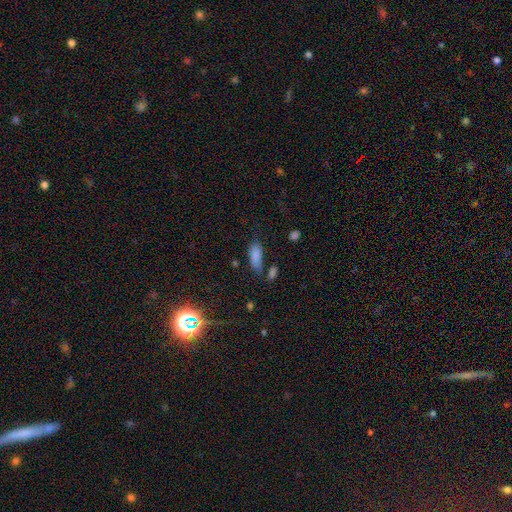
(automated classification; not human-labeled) The model was most divided on "merging": none: 59%, minor disturbance: 23%, merger: 11%, major disturbance: 8%. More confident: smooth or featured — smooth (84%); how rounded — in between (79%).